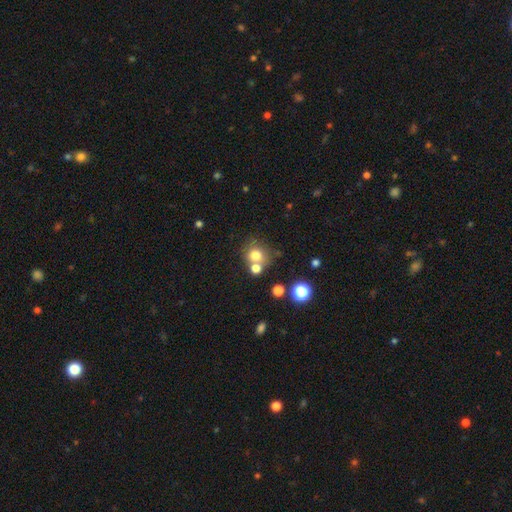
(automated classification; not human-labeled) Smooth or featured? smooth (75%)
How rounded? round (84%)
Merging? none (57%)